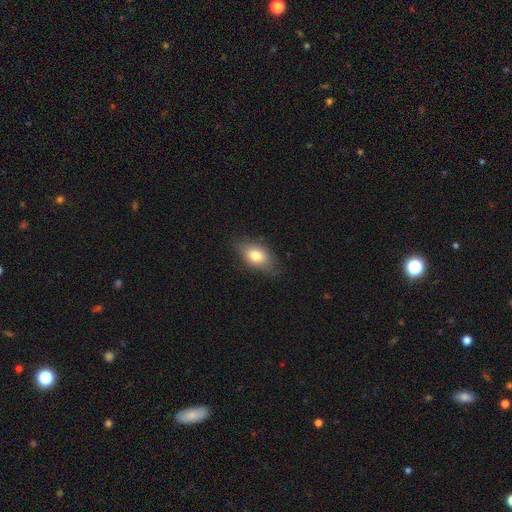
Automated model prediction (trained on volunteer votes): The model was most divided on "merging": none: 76%, minor disturbance: 19%, major disturbance: 4%, merger: 1%. More confident: how rounded — in between (88%); smooth or featured — smooth (79%).